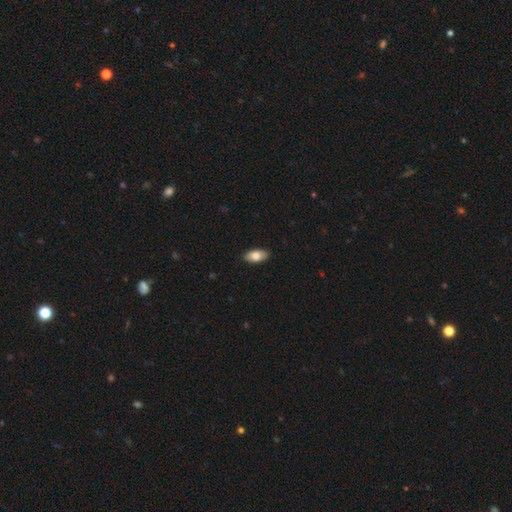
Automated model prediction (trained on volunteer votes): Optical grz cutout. It shows a smooth galaxy with no disk features (82%) that is in between round and cigar-shaped (92%). Merging: none (89%).